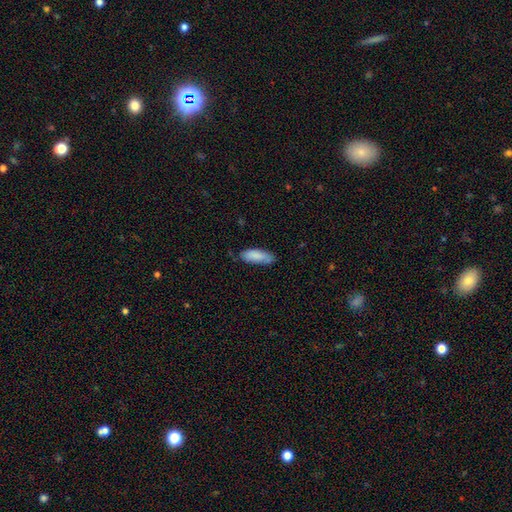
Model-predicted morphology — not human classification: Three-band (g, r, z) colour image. It shows a smooth galaxy with no disk features (86%) that is in between round and cigar-shaped (67%). Merging: none (69%).